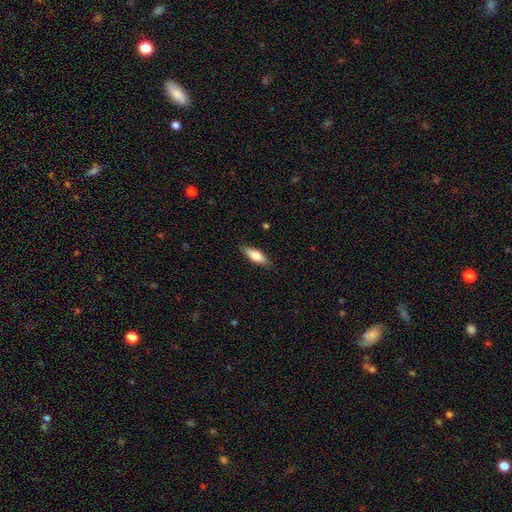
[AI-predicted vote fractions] A smooth galaxy with no disk features (76%) that is in between round and cigar-shaped (57%). Merging: none (86%).